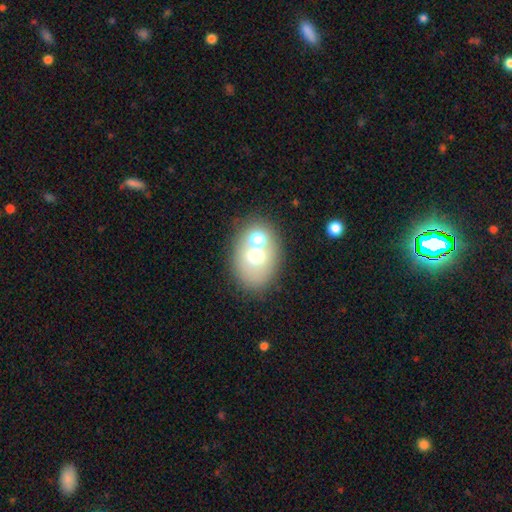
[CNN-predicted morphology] smooth-or-featured: smooth: 63% | featured or disk: 25% | star or artifact: 12%
  how-rounded: in between: 57% | round: 42% | cigar-shaped: 1%
  merging: merger: 47% | none: 40% | minor disturbance: 9% | major disturbance: 4%